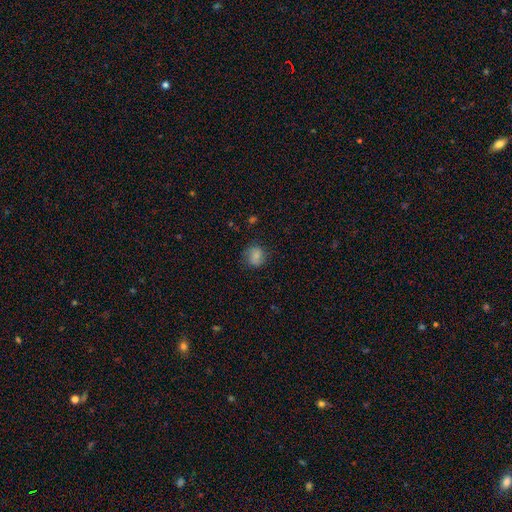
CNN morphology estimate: Smooth or featured? Predicted: smooth (p=0.75). How rounded? Predicted: round (p=0.75). Merging? Predicted: none (p=0.77).